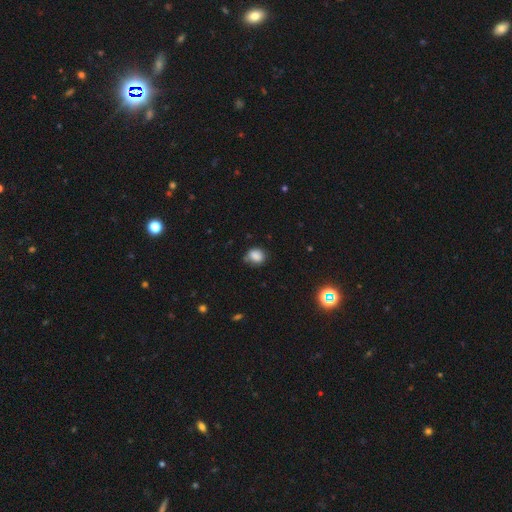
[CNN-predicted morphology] type=smooth (83%); roundness=round (53%); merging=none (63%).